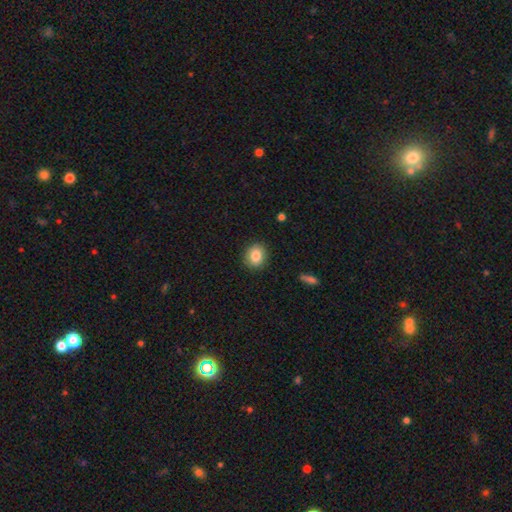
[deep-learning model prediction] Overall: smooth (84%). How rounded: round (74%). Merging: none (89%).